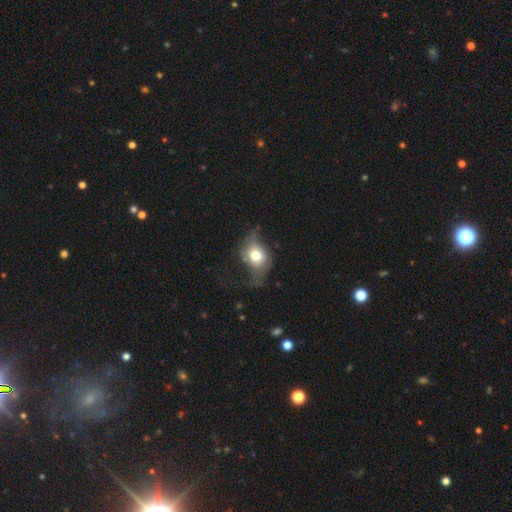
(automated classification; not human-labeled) Morphology: type=smooth (55%); roundness=in between (55%); merging=none (35%).